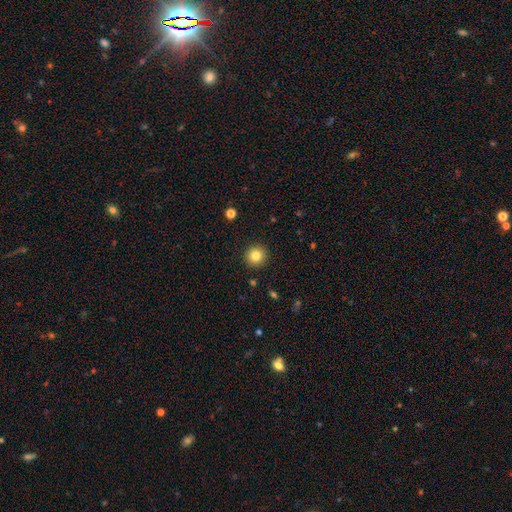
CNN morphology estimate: type=smooth (83%); roundness=round (94%); merging=none (92%).